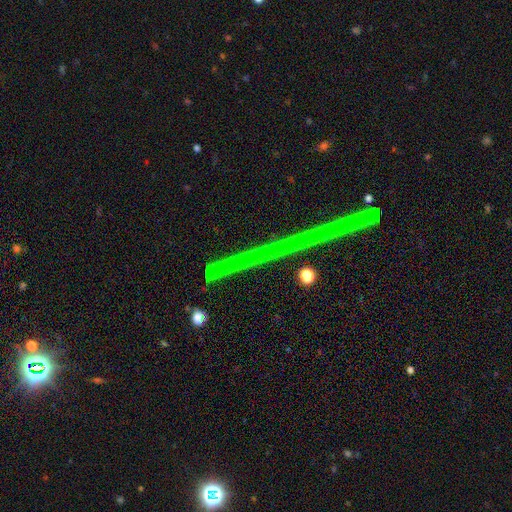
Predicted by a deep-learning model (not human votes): Smooth or featured? Predicted: star or artifact (p=0.78).